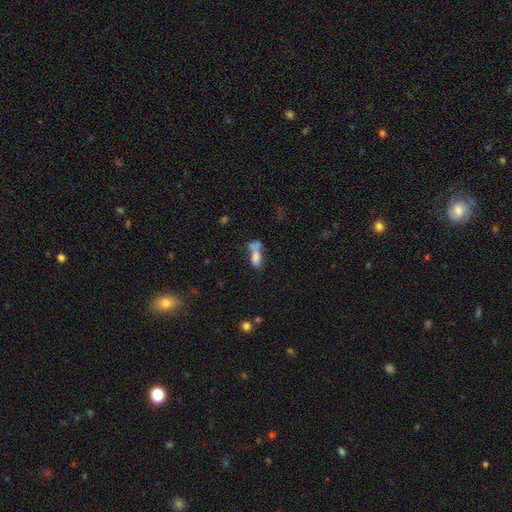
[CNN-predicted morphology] This appears to be a smooth galaxy with no disk features (71%) that is in between round and cigar-shaped (76%). Merging: merger (53%).